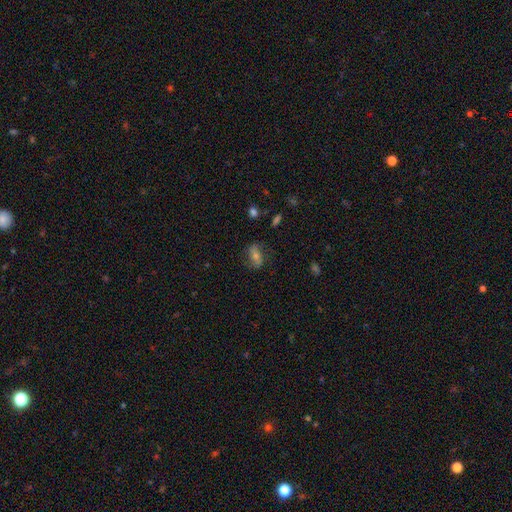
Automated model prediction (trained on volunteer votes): Smooth or featured? featured or disk (51%)
Edge-on disk? no (89%)
Merging? none (76%)